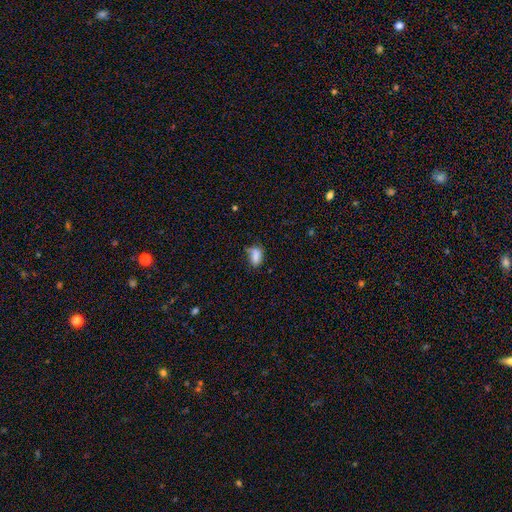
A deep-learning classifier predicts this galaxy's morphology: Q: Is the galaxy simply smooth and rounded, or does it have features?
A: smooth — 80%.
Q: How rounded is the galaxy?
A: in between — 88%.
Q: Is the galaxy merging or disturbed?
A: none — 47%.